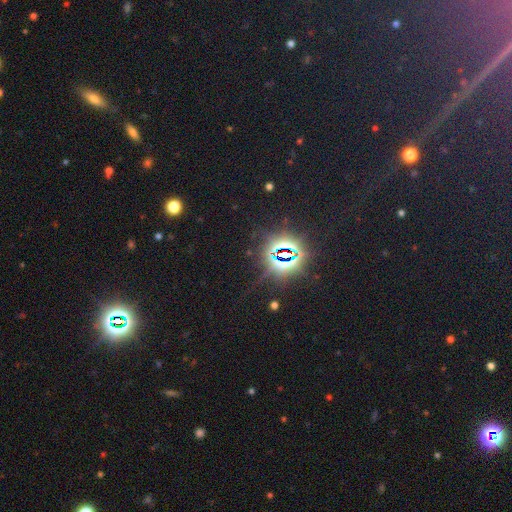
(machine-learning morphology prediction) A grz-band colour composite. It shows a star or artifact, not a galaxy (82%).